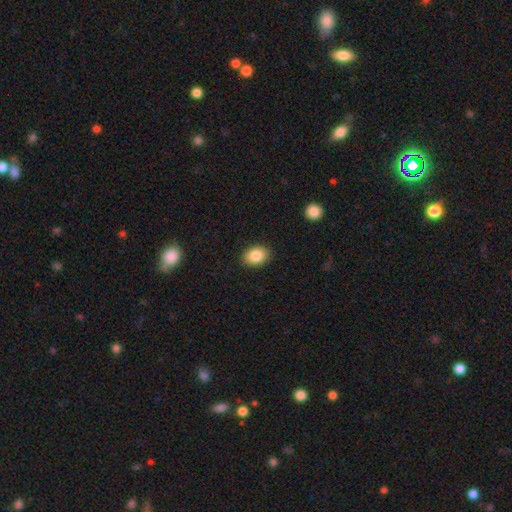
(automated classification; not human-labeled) This appears to be a smooth galaxy with no disk features (85%) that is in between round and cigar-shaped (76%). Merging: none (88%).